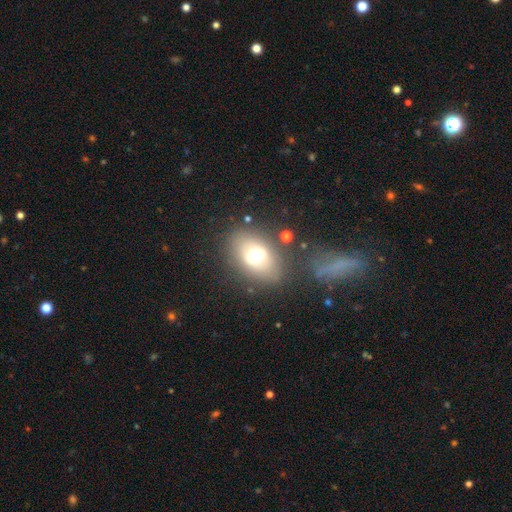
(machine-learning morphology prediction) Smooth or featured? smooth (61%)
How rounded? in between (72%)
Merging? none (73%)